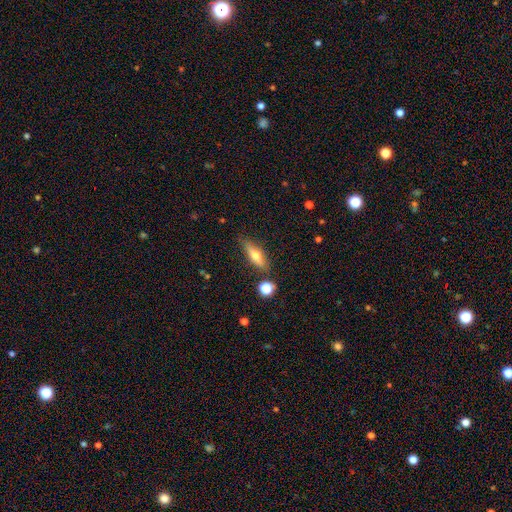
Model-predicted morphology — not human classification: This appears to be a smooth galaxy with no disk features (55%) that is cigar-shaped (52%). Merging: none (80%).